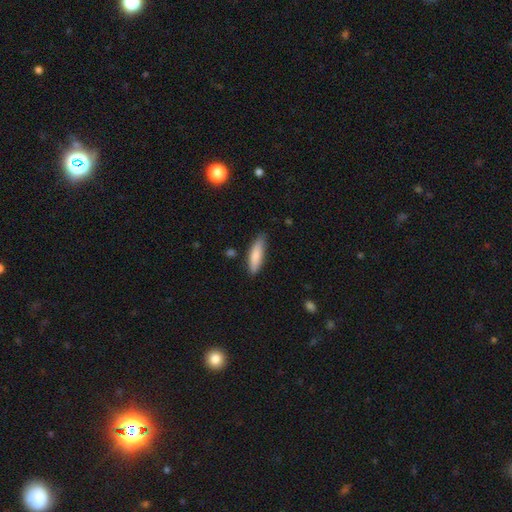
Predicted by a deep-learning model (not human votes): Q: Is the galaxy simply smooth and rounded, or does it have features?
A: smooth — 82%.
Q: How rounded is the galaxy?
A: cigar-shaped — 64%.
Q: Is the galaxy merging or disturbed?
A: none — 78%.